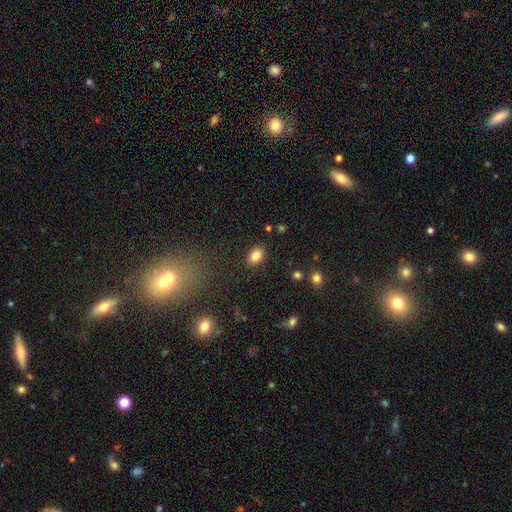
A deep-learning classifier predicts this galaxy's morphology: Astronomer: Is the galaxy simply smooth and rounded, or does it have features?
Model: smooth — 84%.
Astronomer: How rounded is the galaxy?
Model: in between — 83%.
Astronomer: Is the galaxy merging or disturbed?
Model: none — 88%.